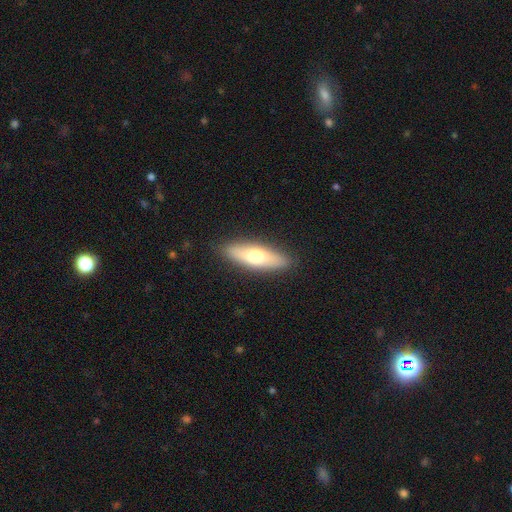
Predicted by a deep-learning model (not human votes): This appears to be a smooth galaxy with no disk features (61%) that is cigar-shaped (49%). Merging: none (88%).